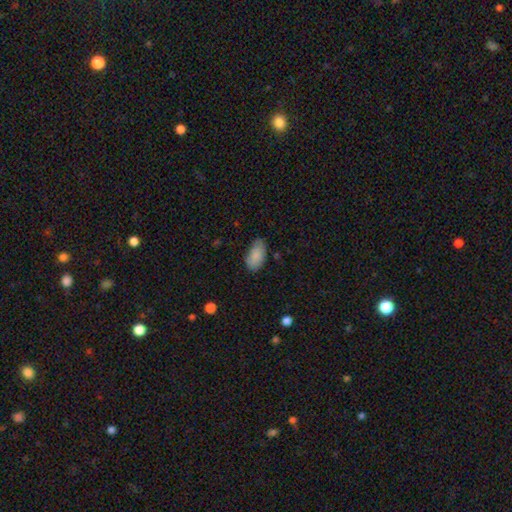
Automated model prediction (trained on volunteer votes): Morphology: type=smooth (86%); roundness=in between (94%); merging=none (75%).